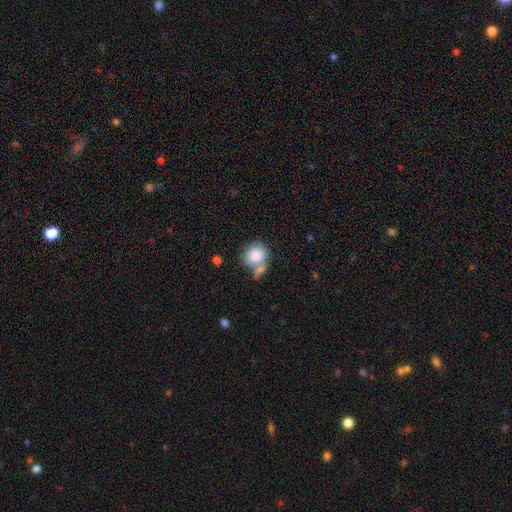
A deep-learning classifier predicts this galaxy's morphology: Smooth or featured?
  - smooth: 82% *
  - featured or disk: 10%
  - star or artifact: 7%
How rounded?
  - round: 73% *
  - in between: 26%
  - cigar-shaped: 1%
Merging?
  - none: 45% *
  - merger: 36%
  - minor disturbance: 14%
  - major disturbance: 6%